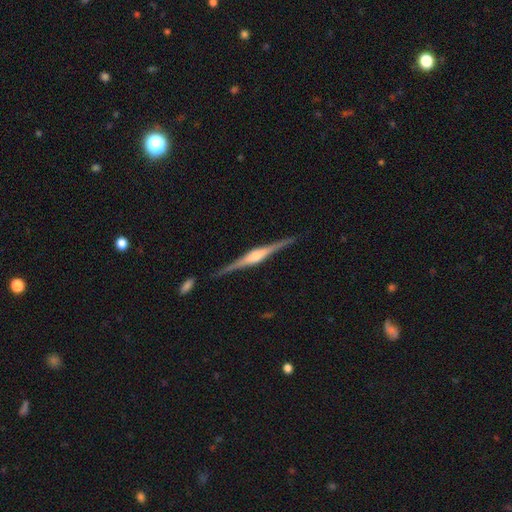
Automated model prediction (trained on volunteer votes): Smooth or featured: featured or disk — 87% (smooth — 9%)
Edge-on disk: yes — 98% (no — 2%)
Edge-on bulge: rounded — 74% (boxy — 21%)
Merging: none — 89% (minor disturbance — 8%)